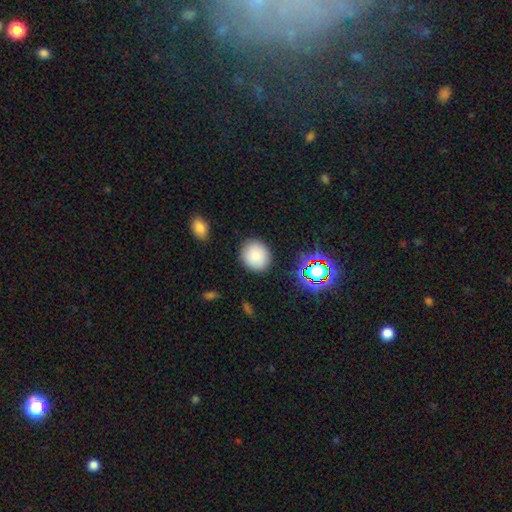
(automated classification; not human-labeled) smooth-or-featured: smooth: 85% | star or artifact: 10% | featured or disk: 5%
  how-rounded: round: 77% | in between: 22% | cigar-shaped: 1%
  merging: none: 87% | minor disturbance: 8% | major disturbance: 3% | merger: 2%